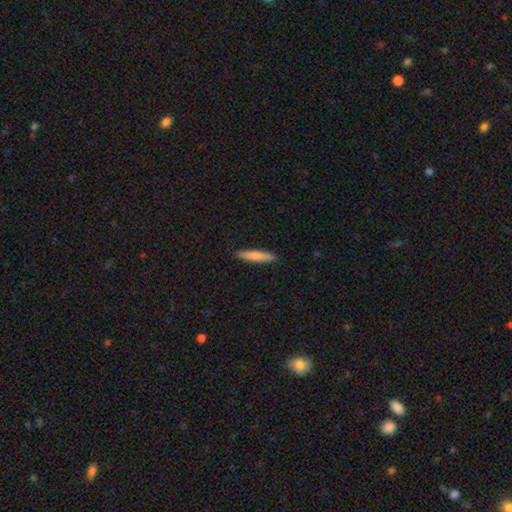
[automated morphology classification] This appears to be a smooth galaxy with no disk features (80%) that is cigar-shaped (90%). Merging: none (90%).